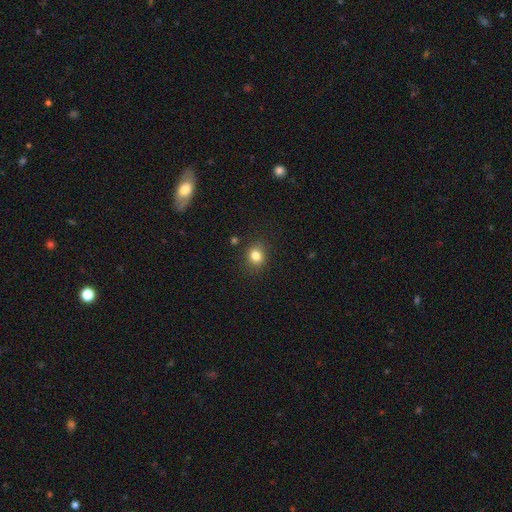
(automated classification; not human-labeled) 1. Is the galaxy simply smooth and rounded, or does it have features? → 82% smooth, 12% star or artifact, 6% featured or disk.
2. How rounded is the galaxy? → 72% round, 27% in between, 1% cigar-shaped.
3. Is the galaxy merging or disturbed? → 85% none, 10% minor disturbance, 3% major disturbance, 2% merger.